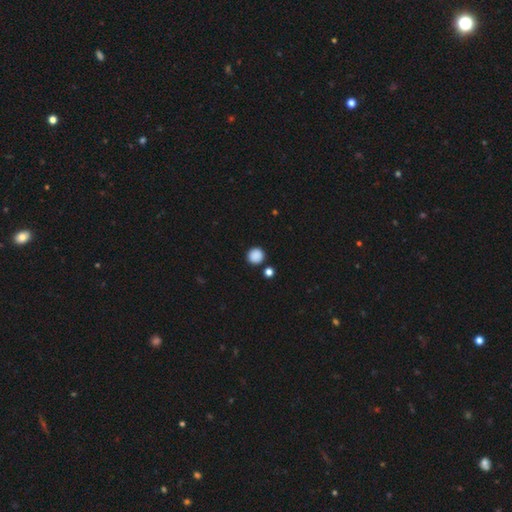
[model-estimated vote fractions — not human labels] A smooth galaxy with no disk features (88%) that is round (94%).

Vote fractions:
- Smooth or featured? smooth: 88% / star or artifact: 10% / featured or disk: 3%
- How rounded? round: 94% / in between: 5% / cigar-shaped: 1%
- Merging? none: 88% / minor disturbance: 6% / merger: 4% / major disturbance: 2%